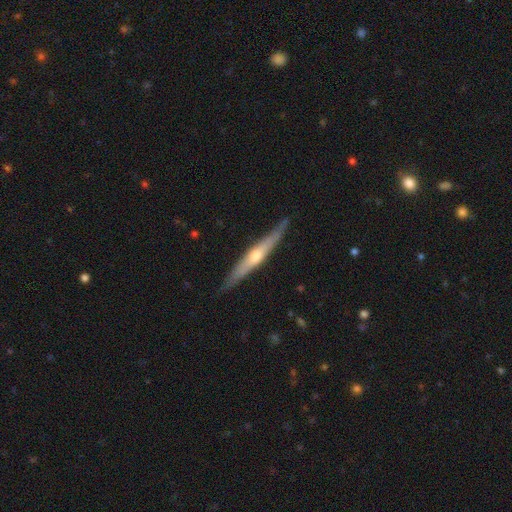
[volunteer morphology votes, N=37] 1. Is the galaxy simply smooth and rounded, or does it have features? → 89% featured or disk, 8% smooth, 3% star or artifact.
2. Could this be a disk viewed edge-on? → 100% yes, 0% no.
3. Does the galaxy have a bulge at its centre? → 76% rounded, 18% none, 6% boxy.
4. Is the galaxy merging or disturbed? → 83% none, 17% minor disturbance, 0% major disturbance, 0% merger.